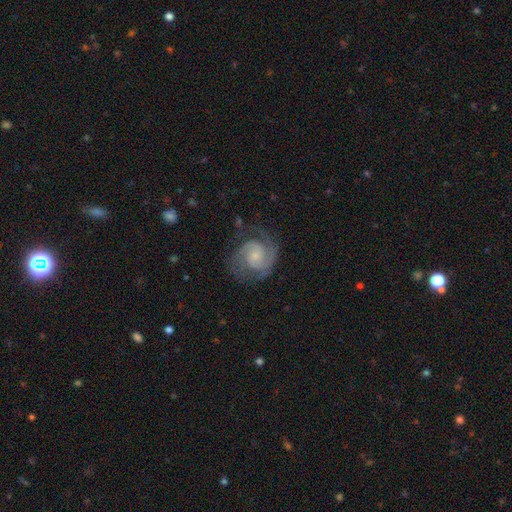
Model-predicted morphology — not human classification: featured or disk 84%, smooth 11%, star or artifact 6%. Down the decision tree: edge-on disk — no (98%); bar — no (64%); spiral arms — yes (96%); spiral arm count — 2 (76%); spiral winding — medium (45%); bulge size — small (65%); merging — none (69%).